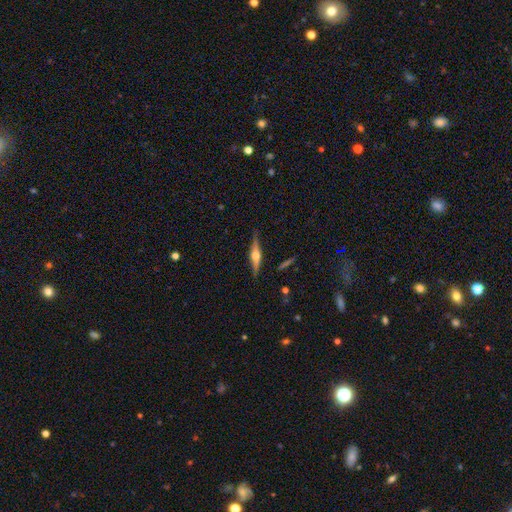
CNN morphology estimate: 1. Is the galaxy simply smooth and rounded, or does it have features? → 75% featured or disk, 19% smooth, 6% star or artifact.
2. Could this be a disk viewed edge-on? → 97% yes, 3% no.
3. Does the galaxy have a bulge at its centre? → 91% rounded, 7% boxy, 2% none.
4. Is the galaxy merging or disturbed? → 85% none, 11% minor disturbance, 3% major disturbance, 2% merger.